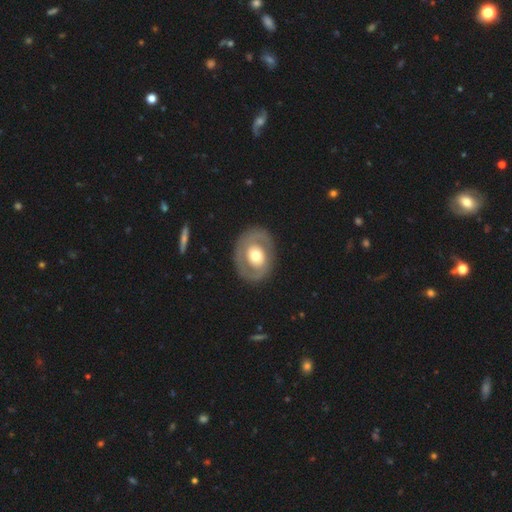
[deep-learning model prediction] featured or disk 62%, smooth 33%, star or artifact 5%. Down the decision tree: edge-on disk — no (95%); bar — no (77%); spiral arms — no (62%); bulge size — moderate (60%); merging — none (83%).